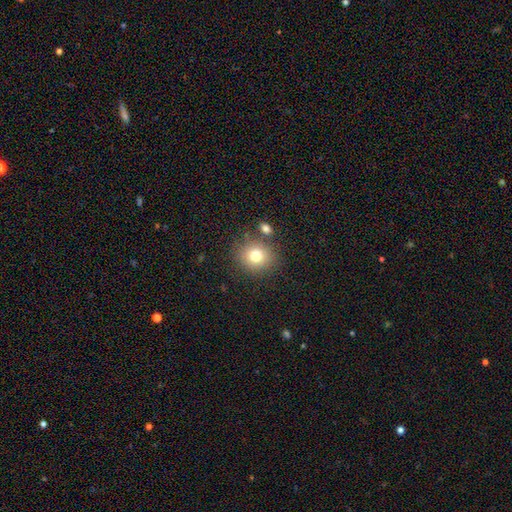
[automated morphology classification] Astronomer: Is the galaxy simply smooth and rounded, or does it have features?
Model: smooth — 77%.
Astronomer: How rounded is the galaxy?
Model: round — 77%.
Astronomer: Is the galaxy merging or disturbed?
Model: none — 78%.